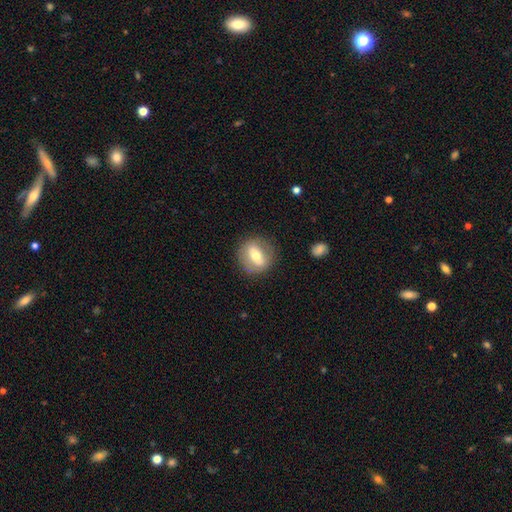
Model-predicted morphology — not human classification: type=smooth (49%); merging=none (83%).